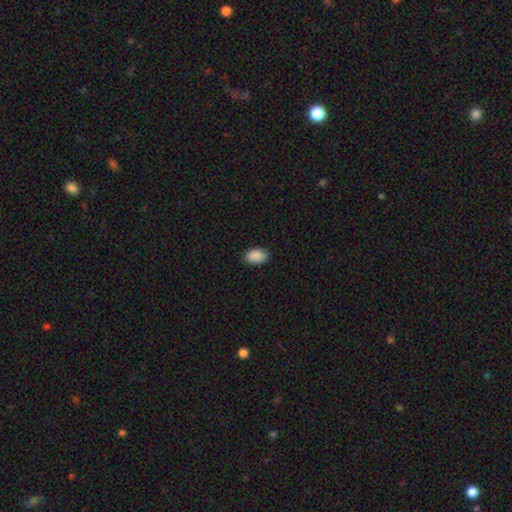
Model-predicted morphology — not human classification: The model was most divided on "merging": none: 90%, minor disturbance: 8%, major disturbance: 2%, merger: 1%. More confident: how rounded — in between (92%); smooth or featured — smooth (91%).